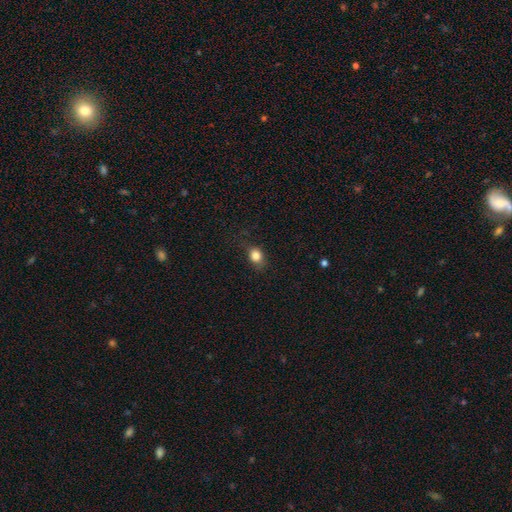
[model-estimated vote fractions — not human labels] A smooth galaxy with no disk features (83%) that is round (53%). Merging: none (73%).